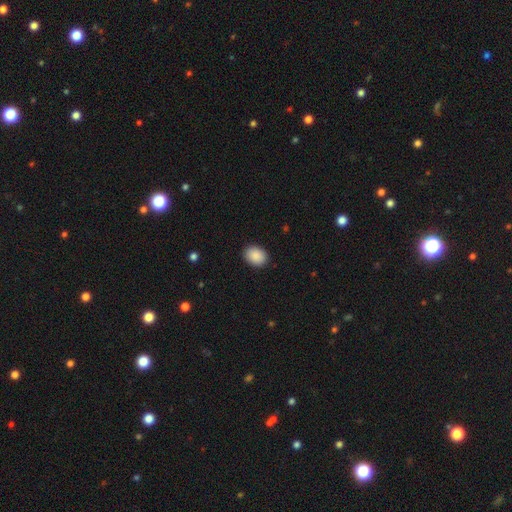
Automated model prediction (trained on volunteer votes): Q: Smooth or featured?
A: smooth (90%); runner-up: star or artifact (7%)
Q: How rounded?
A: in between (70%); runner-up: round (29%)
Q: Merging?
A: none (89%); runner-up: minor disturbance (8%)